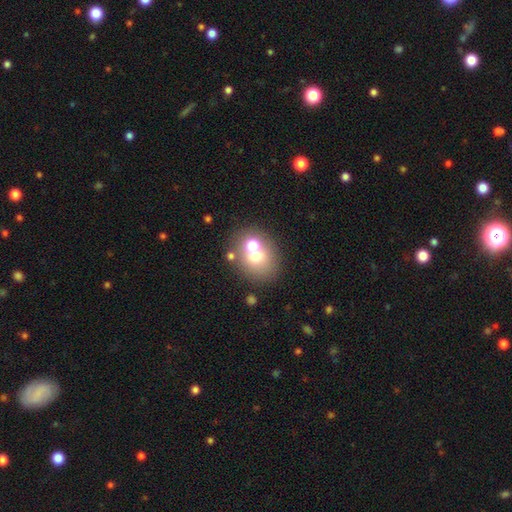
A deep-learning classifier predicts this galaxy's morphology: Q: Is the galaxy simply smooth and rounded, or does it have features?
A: smooth — 64%.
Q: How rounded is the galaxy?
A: round — 71%.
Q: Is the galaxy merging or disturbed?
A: none — 53%.